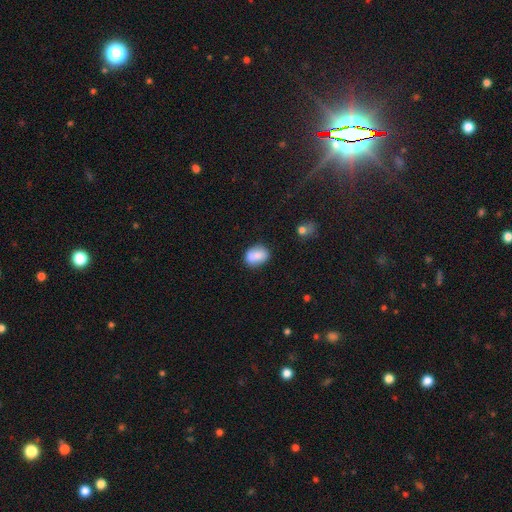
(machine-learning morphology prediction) A smooth galaxy with no disk features (76%) that is in between round and cigar-shaped (63%). Merging: none (59%).